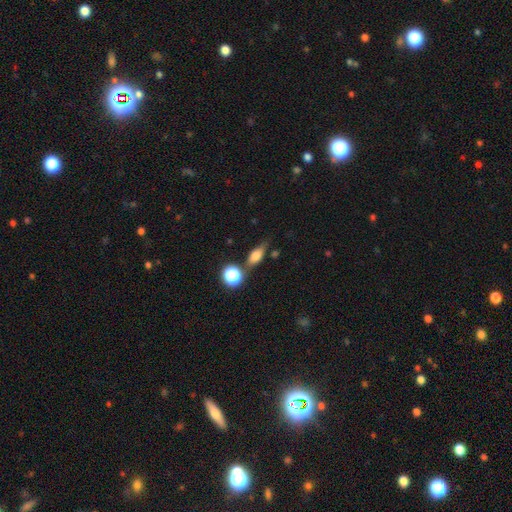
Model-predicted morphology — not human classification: This is likely a smooth galaxy (63%). How rounded: likely in between (63%). Merging: likely none (64%).